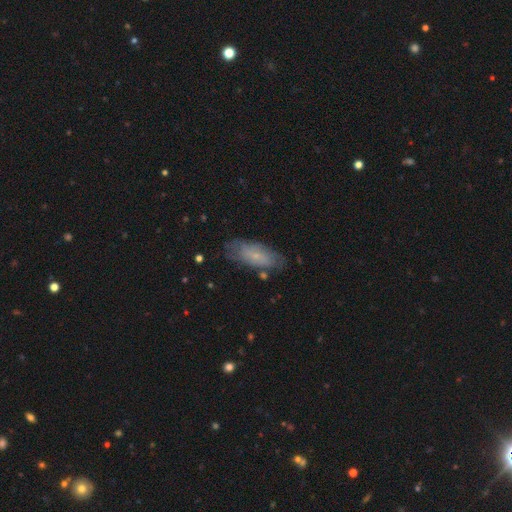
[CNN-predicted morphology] type=smooth (52%); roundness=in between (78%); merging=none (69%).